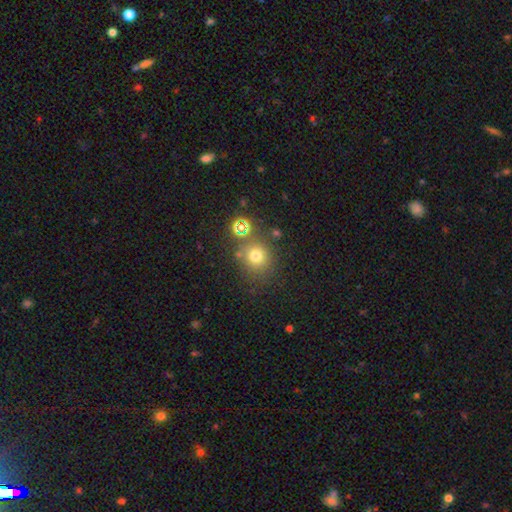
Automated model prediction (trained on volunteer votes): The model was most divided on "smooth or featured": smooth: 72%, star or artifact: 20%, featured or disk: 9%. More confident: how rounded — round (88%); merging — none (74%).